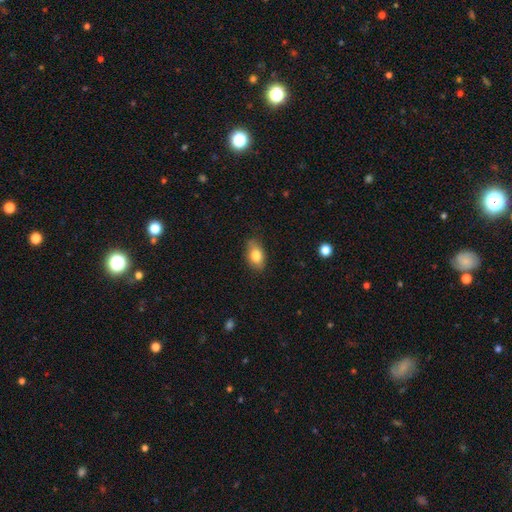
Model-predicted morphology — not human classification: Smooth or featured?
  - smooth: 80% *
  - featured or disk: 13%
  - star or artifact: 8%
How rounded?
  - in between: 87% *
  - round: 10%
  - cigar-shaped: 3%
Merging?
  - none: 80% *
  - minor disturbance: 16%
  - major disturbance: 3%
  - merger: 1%